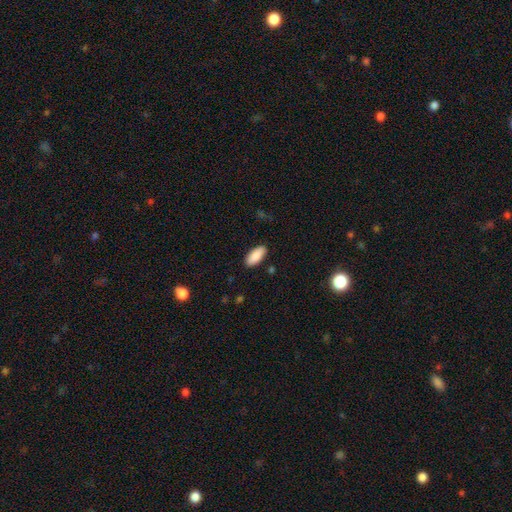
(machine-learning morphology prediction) Smooth or featured? Predicted: smooth (p=0.88). How rounded? Predicted: in between (p=0.87). Merging? Predicted: none (p=0.88).